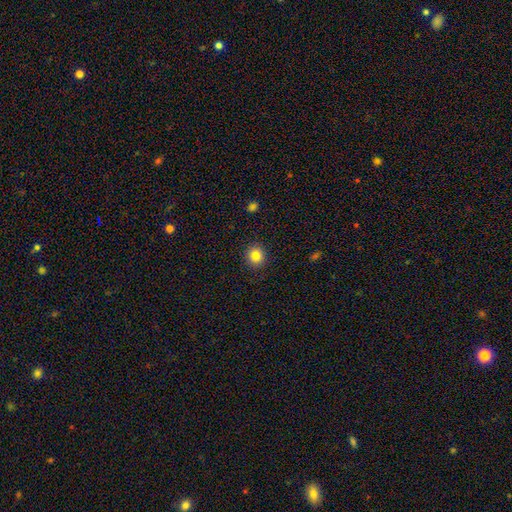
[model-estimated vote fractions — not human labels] smooth-or-featured: smooth: 83% | star or artifact: 10% | featured or disk: 6%
  how-rounded: round: 89% | in between: 10% | cigar-shaped: 1%
  merging: none: 91% | minor disturbance: 6% | major disturbance: 2% | merger: 1%